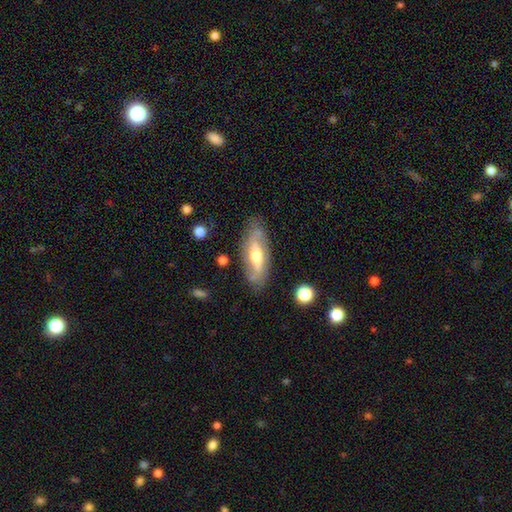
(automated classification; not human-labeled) This appears to be a featured or disk galaxy (63%). Merging: none (79%).